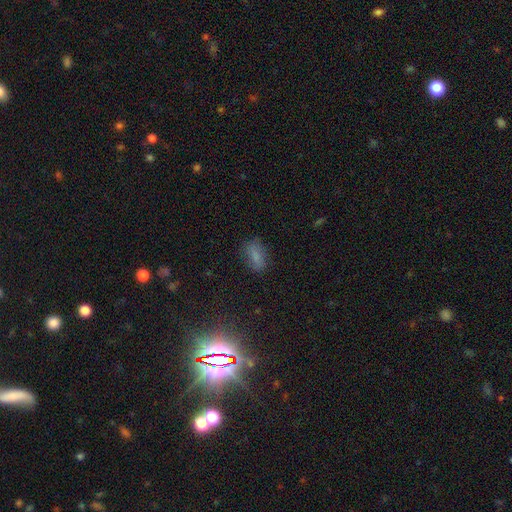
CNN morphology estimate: smooth 74%, star or artifact 15%, featured or disk 11%. Down the decision tree: how rounded — in between (83%); merging — none (75%).